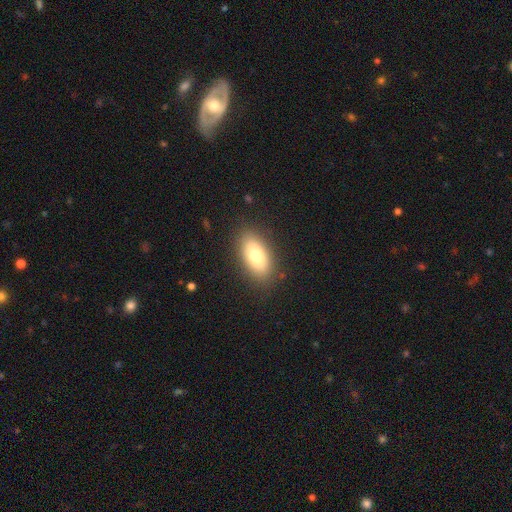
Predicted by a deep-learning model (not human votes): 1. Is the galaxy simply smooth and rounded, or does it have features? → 76% smooth, 16% featured or disk, 8% star or artifact.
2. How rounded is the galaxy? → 89% in between, 6% cigar-shaped, 4% round.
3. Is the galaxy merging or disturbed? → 87% none, 9% minor disturbance, 3% major disturbance, 1% merger.